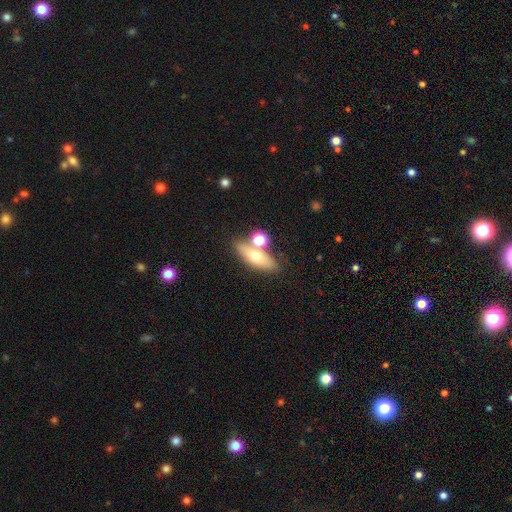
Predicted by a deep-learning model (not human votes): This is likely a smooth galaxy (62%). How rounded: possibly in between (56%). Merging: possibly none (58%).